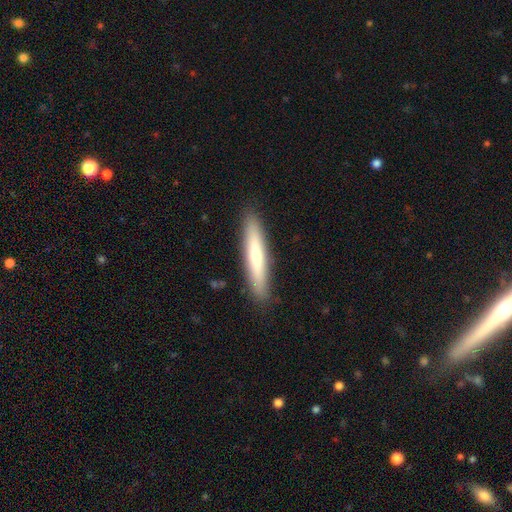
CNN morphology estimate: Smooth or featured?
  - smooth: 61% *
  - featured or disk: 32%
  - star or artifact: 7%
How rounded?
  - cigar-shaped: 90% *
  - in between: 8%
  - round: 1%
Merging?
  - none: 90% *
  - minor disturbance: 7%
  - major disturbance: 1%
  - merger: 1%